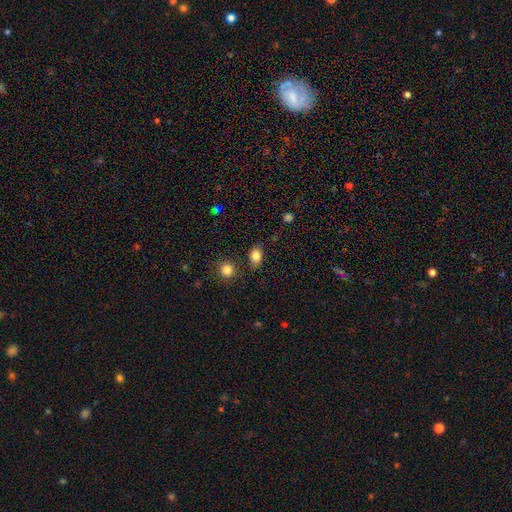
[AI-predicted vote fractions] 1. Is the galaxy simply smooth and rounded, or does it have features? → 83% smooth, 10% star or artifact, 6% featured or disk.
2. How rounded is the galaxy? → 68% in between, 30% round, 2% cigar-shaped.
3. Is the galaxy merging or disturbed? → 76% none, 15% minor disturbance, 4% merger, 4% major disturbance.